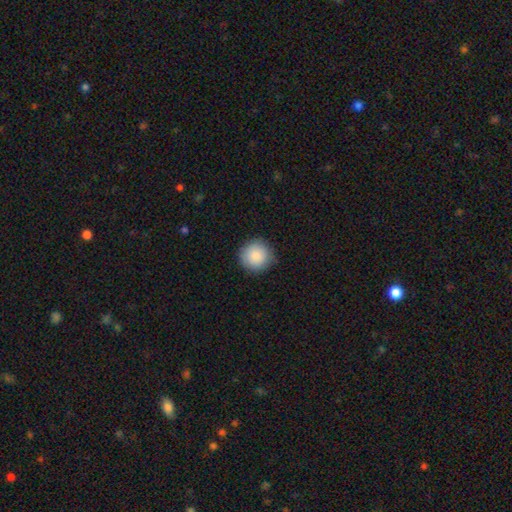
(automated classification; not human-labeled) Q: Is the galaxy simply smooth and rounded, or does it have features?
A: smooth — 88%.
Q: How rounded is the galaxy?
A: round — 95%.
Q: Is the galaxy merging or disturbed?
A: none — 87%.